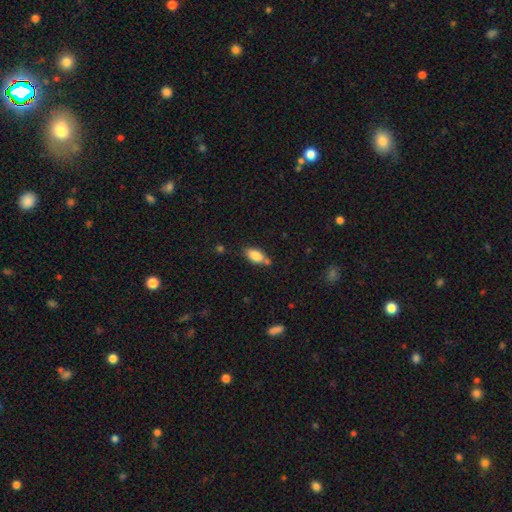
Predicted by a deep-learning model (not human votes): The model was most divided on "merging": none: 63%, minor disturbance: 21%, merger: 12%, major disturbance: 5%. More confident: how rounded — in between (88%); smooth or featured — smooth (83%).